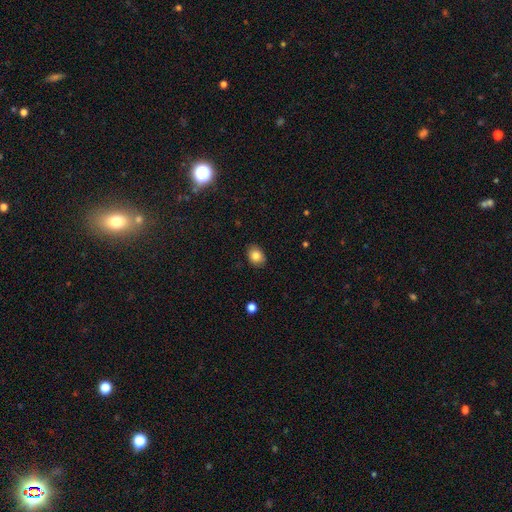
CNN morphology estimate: type=smooth (83%); roundness=in between (63%); merging=none (86%).